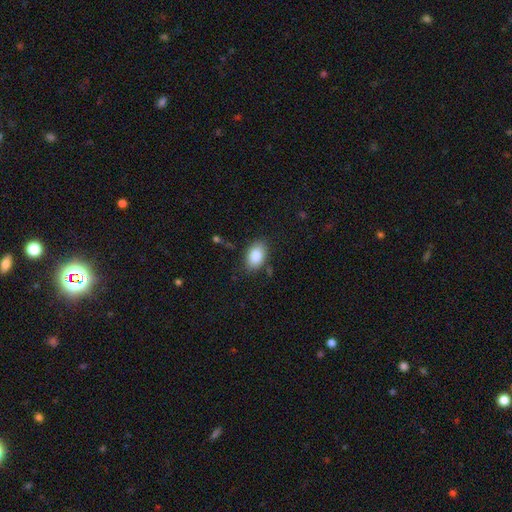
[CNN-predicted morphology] smooth-or-featured: smooth: 86% | star or artifact: 7% | featured or disk: 7%
  how-rounded: in between: 87% | round: 12% | cigar-shaped: 1%
  merging: none: 80% | minor disturbance: 14% | major disturbance: 4% | merger: 2%